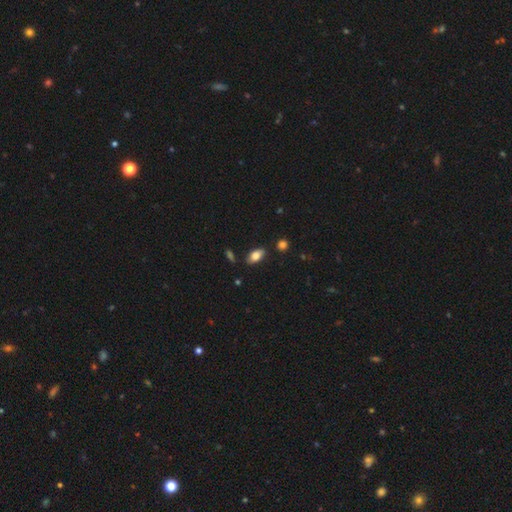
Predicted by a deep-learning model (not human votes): A smooth galaxy with no disk features (81%) that is in between round and cigar-shaped (91%). Merging: none (84%).